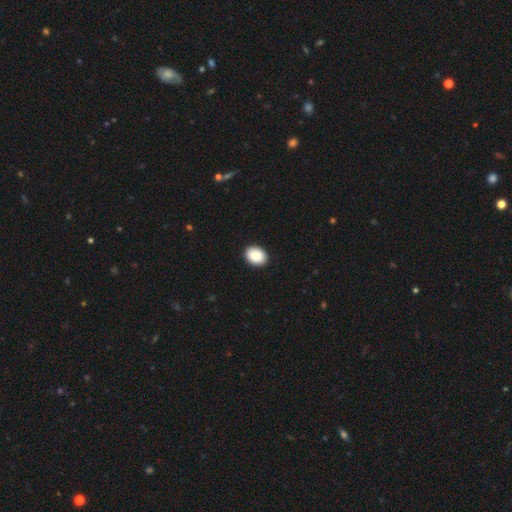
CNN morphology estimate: smooth 89%, star or artifact 7%, featured or disk 5%. Down the decision tree: how rounded — in between (68%); merging — none (92%).